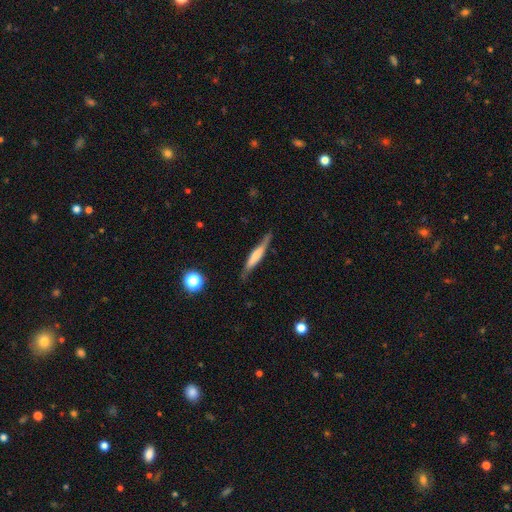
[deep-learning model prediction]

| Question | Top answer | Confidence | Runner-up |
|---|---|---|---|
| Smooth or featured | featured or disk | 49% | smooth (45%) |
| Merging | none | 73% | minor disturbance (20%) |